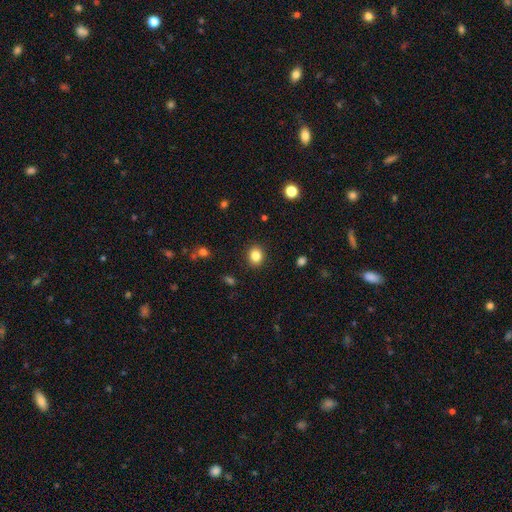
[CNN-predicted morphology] Smooth or featured? smooth (84%)
How rounded? round (68%)
Merging? none (90%)